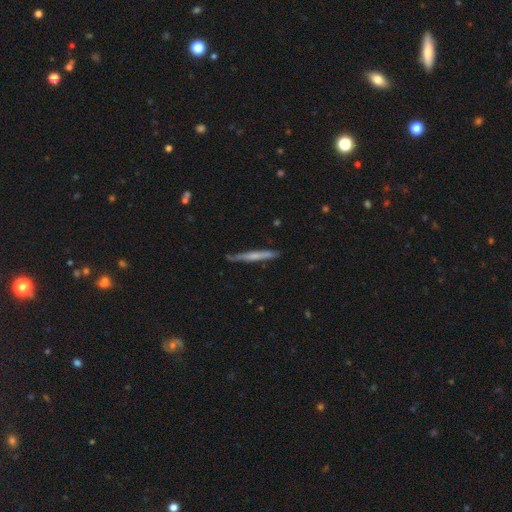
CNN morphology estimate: featured or disk 48%, smooth 46%, star or artifact 6%. Down the decision tree: merging — none (84%).